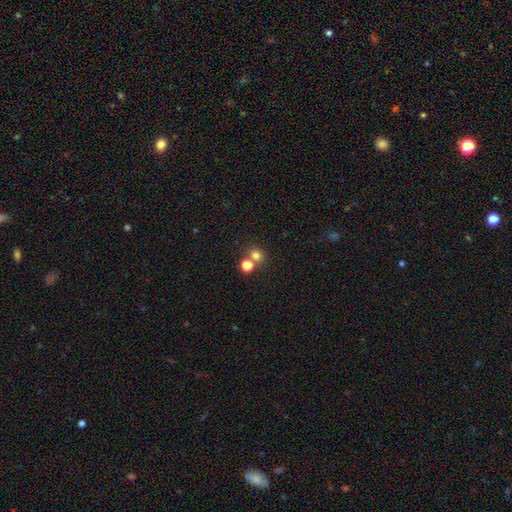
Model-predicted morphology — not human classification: A smooth galaxy with no disk features (75%) that is round (83%).

Vote fractions:
- Smooth or featured? smooth: 75% / star or artifact: 18% / featured or disk: 7%
- How rounded? round: 83% / in between: 16% / cigar-shaped: 1%
- Merging? none: 60% / merger: 31% / minor disturbance: 7% / major disturbance: 3%